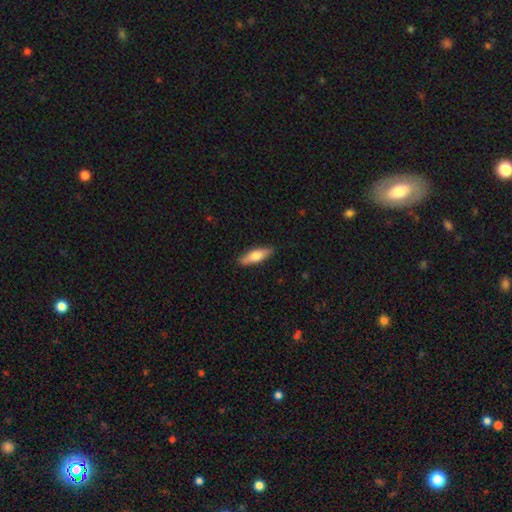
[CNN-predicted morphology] Overall: smooth (68%). How rounded: cigar-shaped (51%; in between 47%). Merging: none (88%).